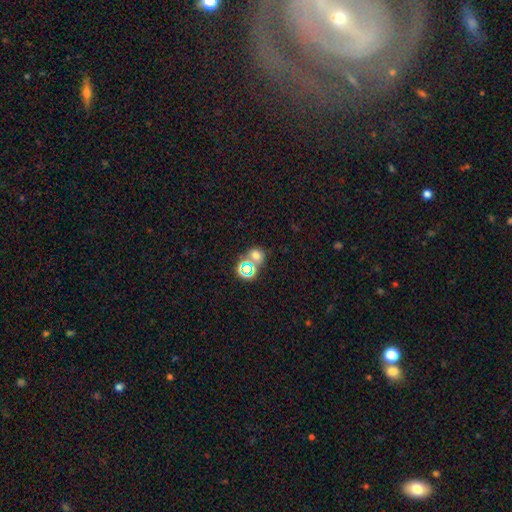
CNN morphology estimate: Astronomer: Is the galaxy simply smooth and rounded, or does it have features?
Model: smooth — 56% (runner-up: star or artifact, 35%).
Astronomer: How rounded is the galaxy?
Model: round — 71%.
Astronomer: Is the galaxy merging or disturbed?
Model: none — 58%.